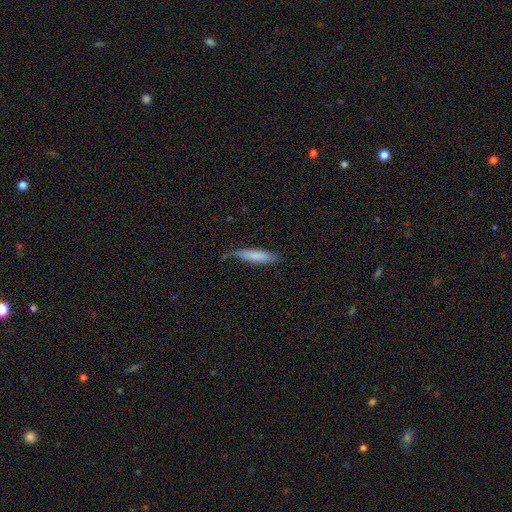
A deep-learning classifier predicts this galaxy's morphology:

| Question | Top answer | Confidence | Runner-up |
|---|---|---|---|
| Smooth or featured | smooth | 78% | featured or disk (16%) |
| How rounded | cigar-shaped | 77% | in between (22%) |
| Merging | none | 54% | minor disturbance (31%) |